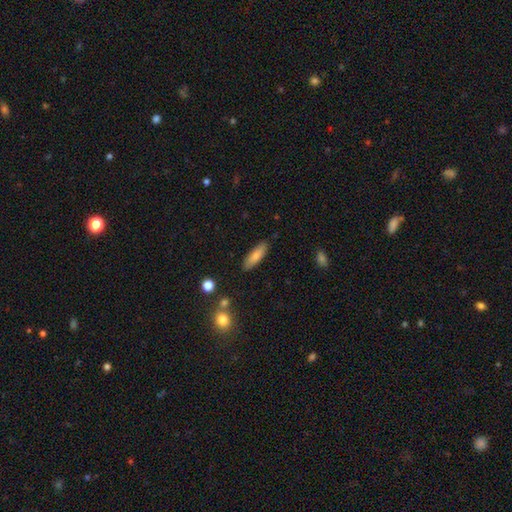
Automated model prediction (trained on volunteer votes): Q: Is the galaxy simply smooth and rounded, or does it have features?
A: smooth — 75%.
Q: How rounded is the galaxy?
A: cigar-shaped — 58%.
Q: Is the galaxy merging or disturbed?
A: none — 86%.